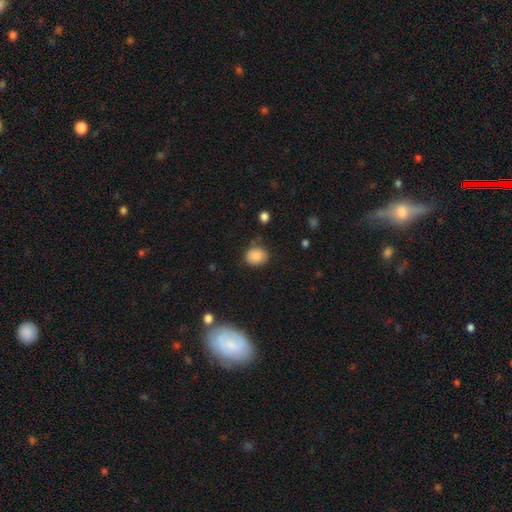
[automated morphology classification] smooth 86%, star or artifact 9%, featured or disk 5%. Down the decision tree: how rounded — round (65%); merging — none (72%).